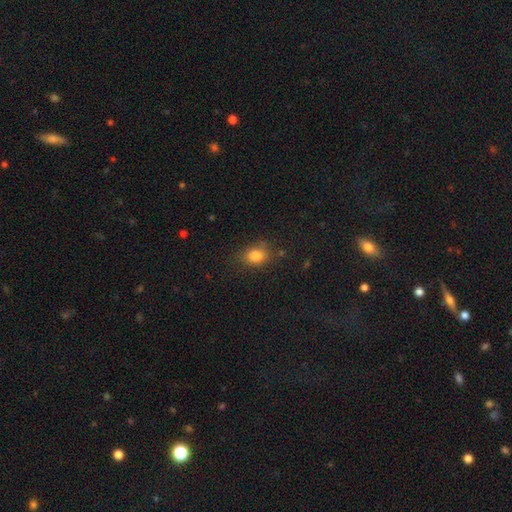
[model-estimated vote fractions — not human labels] smooth 82%, star or artifact 11%, featured or disk 7%. Down the decision tree: how rounded — in between (62%); merging — none (74%).